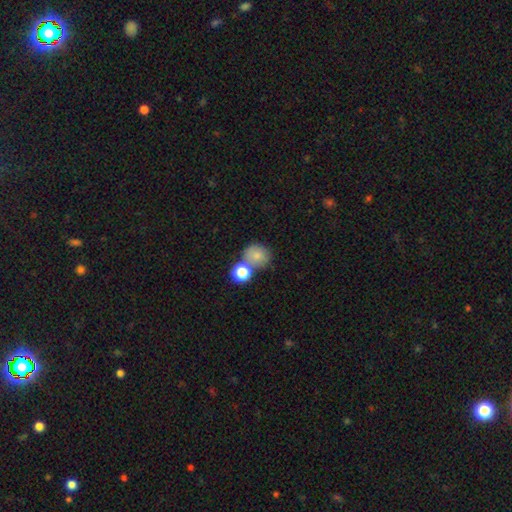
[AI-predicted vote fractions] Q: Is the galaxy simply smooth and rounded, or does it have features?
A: smooth — 78%.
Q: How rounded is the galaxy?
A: round — 80%.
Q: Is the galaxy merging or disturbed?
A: none — 50%.